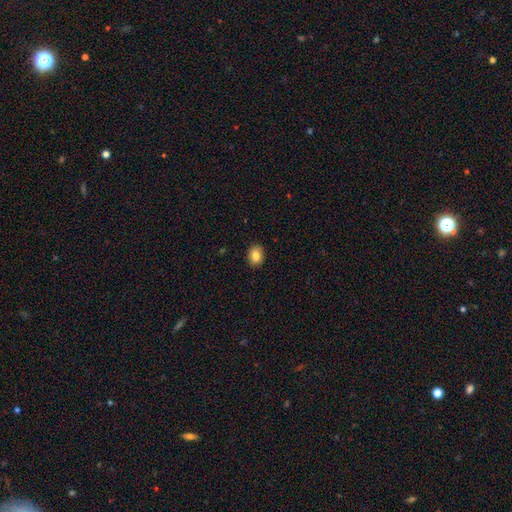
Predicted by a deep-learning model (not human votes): Smooth or featured?
  - smooth: 84% *
  - star or artifact: 9%
  - featured or disk: 8%
How rounded?
  - in between: 57% *
  - round: 42%
  - cigar-shaped: 1%
Merging?
  - none: 90% *
  - minor disturbance: 8%
  - major disturbance: 2%
  - merger: 1%